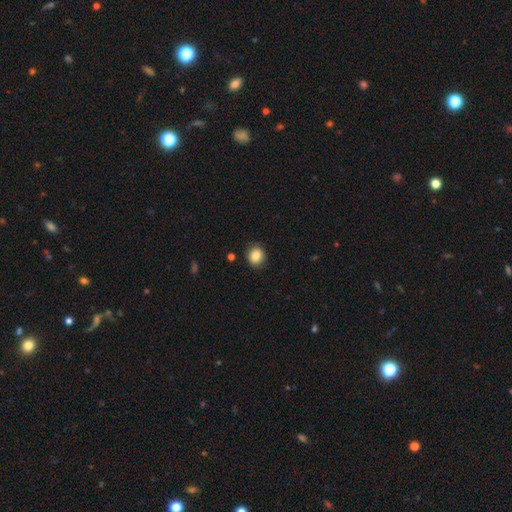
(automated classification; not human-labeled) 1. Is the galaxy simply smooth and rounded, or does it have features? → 86% smooth, 9% star or artifact, 5% featured or disk.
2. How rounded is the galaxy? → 79% round, 20% in between, 1% cigar-shaped.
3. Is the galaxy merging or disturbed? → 88% none, 9% minor disturbance, 2% major disturbance, 1% merger.